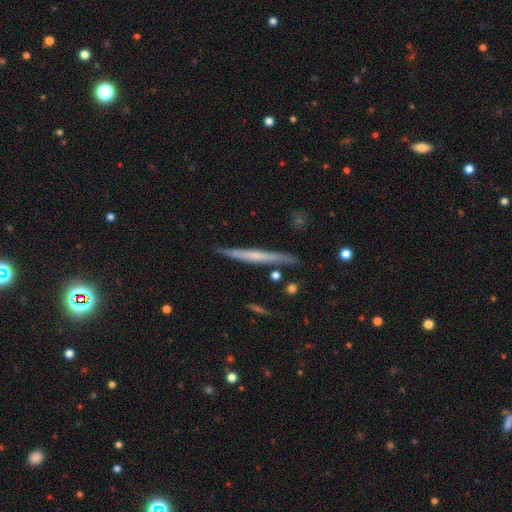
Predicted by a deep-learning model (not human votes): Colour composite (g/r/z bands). It shows a featured or disk galaxy (58%) viewed edge-on (96%) with no central bulge (65%). Merging: none (86%).